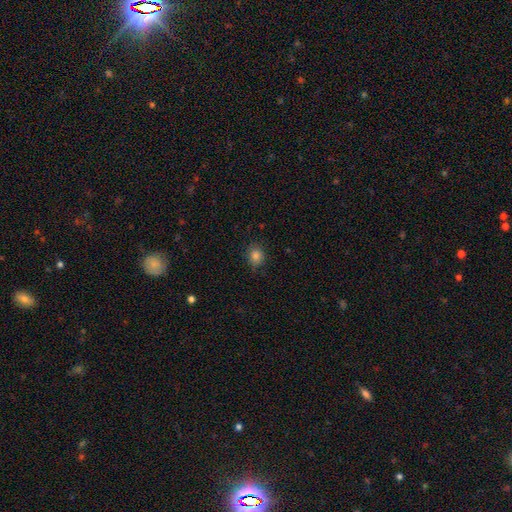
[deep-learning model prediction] This appears to be a smooth galaxy with no disk features (83%) that is round (68%). Merging: none (80%).